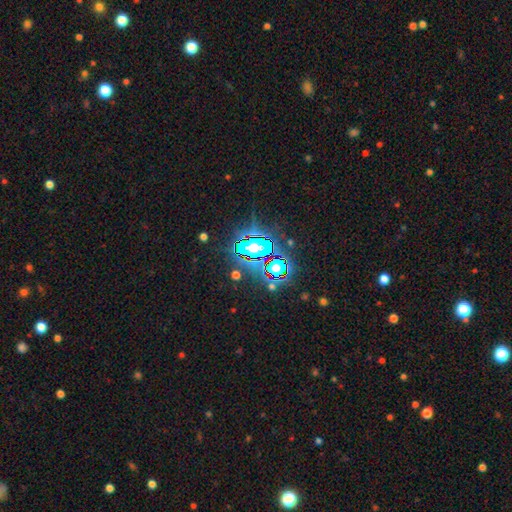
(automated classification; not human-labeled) The model was most divided on "smooth or featured": star or artifact: 82%, smooth: 11%, featured or disk: 7%.